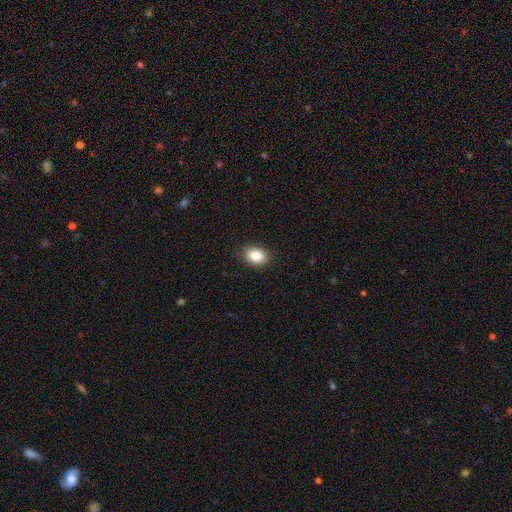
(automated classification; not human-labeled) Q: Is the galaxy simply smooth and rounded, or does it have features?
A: smooth — 86%.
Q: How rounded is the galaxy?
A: in between — 81%.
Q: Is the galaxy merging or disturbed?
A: none — 88%.